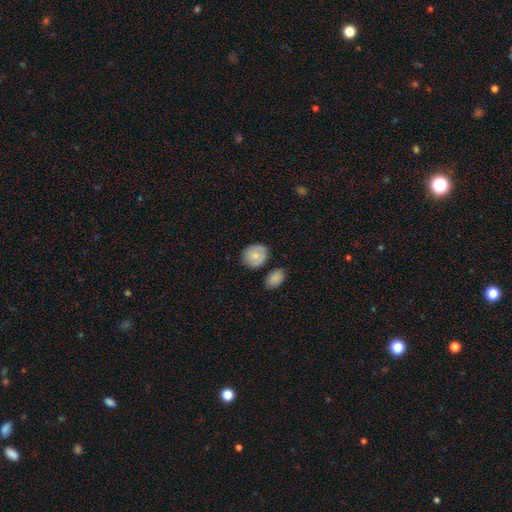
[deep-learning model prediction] A smooth galaxy with no disk features (78%) that is round (66%).

Vote fractions:
- Smooth or featured? smooth: 78% / featured or disk: 15% / star or artifact: 7%
- How rounded? round: 66% / in between: 33% / cigar-shaped: 1%
- Merging? none: 71% / minor disturbance: 17% / merger: 8% / major disturbance: 4%